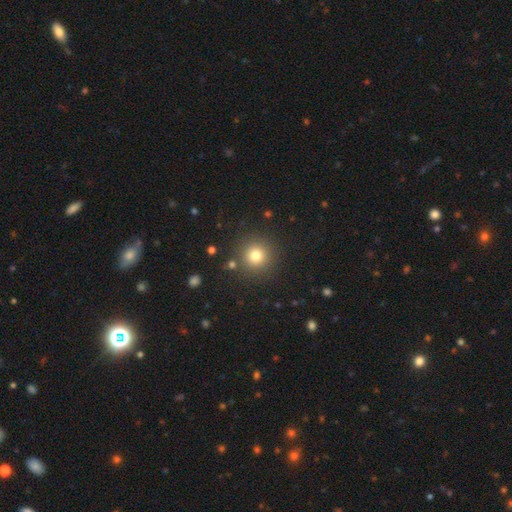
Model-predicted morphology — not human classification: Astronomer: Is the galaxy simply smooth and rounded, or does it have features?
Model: smooth — 79%.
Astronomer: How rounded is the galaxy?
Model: round — 95%.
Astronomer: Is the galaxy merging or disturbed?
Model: none — 88%.